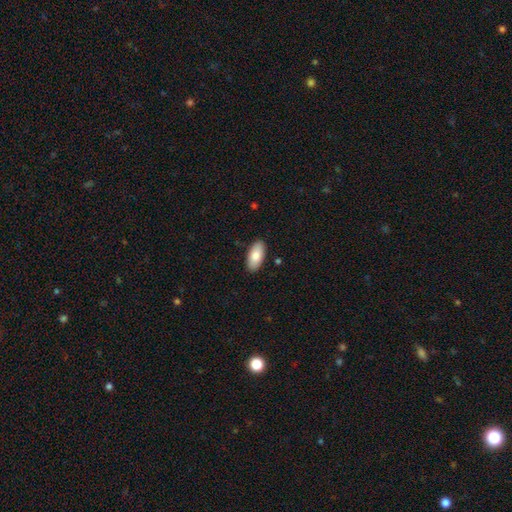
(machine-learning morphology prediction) Smooth or featured: smooth — 83% (featured or disk — 11%)
How rounded: in between — 93% (cigar-shaped — 6%)
Merging: none — 89% (minor disturbance — 8%)